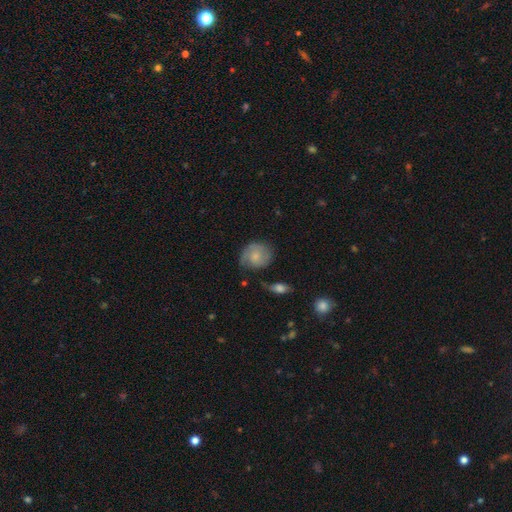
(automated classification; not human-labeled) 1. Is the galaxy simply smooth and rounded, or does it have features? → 55% smooth, 38% featured or disk, 7% star or artifact.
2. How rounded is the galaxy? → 73% round, 26% in between, 1% cigar-shaped.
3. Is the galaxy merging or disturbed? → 62% none, 26% minor disturbance, 9% major disturbance, 4% merger.